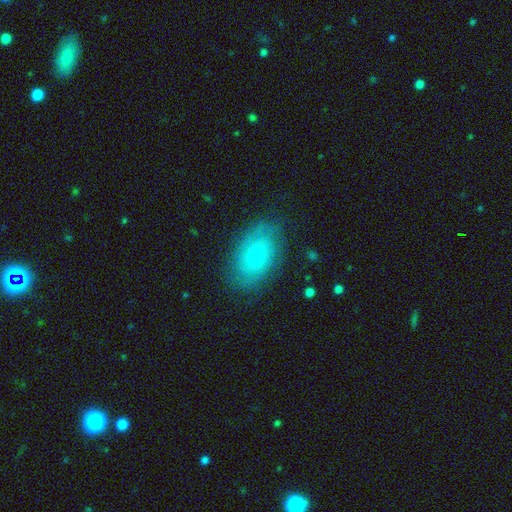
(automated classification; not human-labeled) smooth-or-featured: smooth: 58% | featured or disk: 34% | star or artifact: 8%
  how-rounded: in between: 90% | round: 8% | cigar-shaped: 2%
  merging: none: 81% | minor disturbance: 14% | major disturbance: 4% | merger: 1%